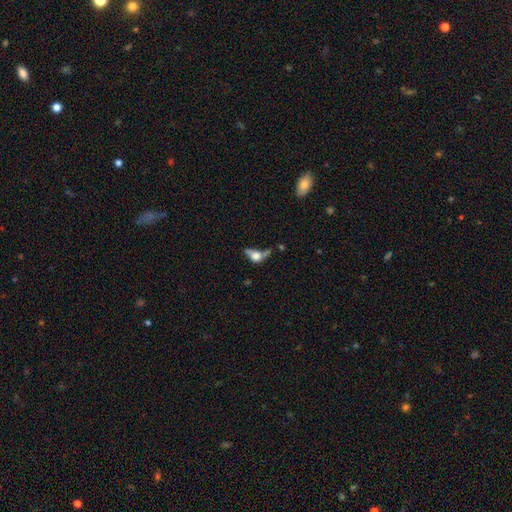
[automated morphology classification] Q: Smooth or featured?
A: smooth (58%); runner-up: featured or disk (30%)
Q: How rounded?
A: in between (62%); runner-up: round (30%)
Q: Merging?
A: major disturbance (30%); runner-up: merger (25%)